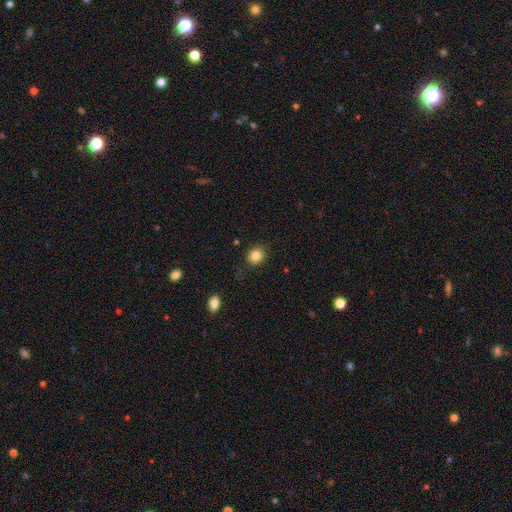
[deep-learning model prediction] The model was most divided on "how rounded": round: 77%, in between: 22%, cigar-shaped: 1%. More confident: merging — none (86%); smooth or featured — smooth (84%).